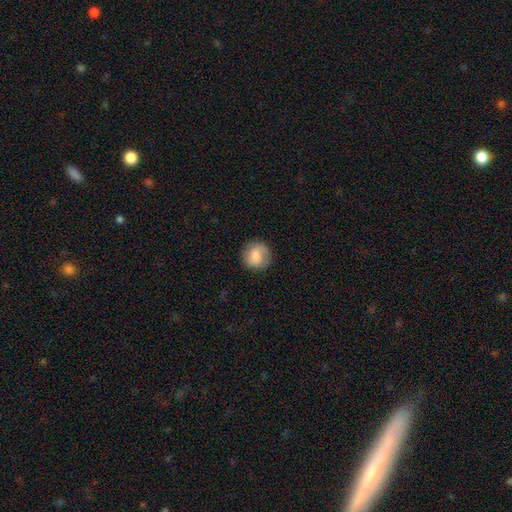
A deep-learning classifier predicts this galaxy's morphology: Q: Smooth or featured?
A: smooth (75%); runner-up: featured or disk (17%)
Q: How rounded?
A: round (90%); runner-up: in between (9%)
Q: Merging?
A: none (82%); runner-up: minor disturbance (12%)